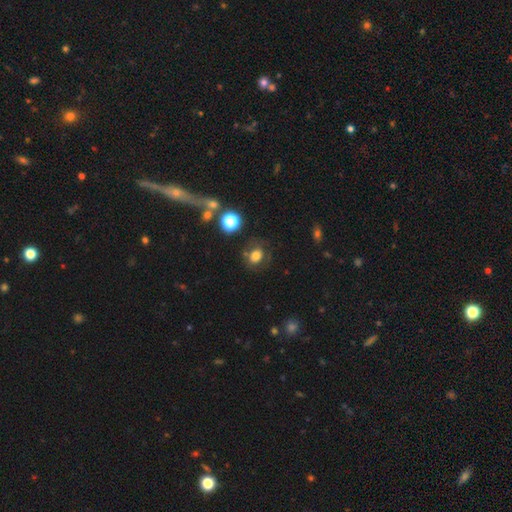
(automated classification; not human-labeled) Smooth or featured? smooth (71%)
How rounded? round (56%)
Merging? none (67%)